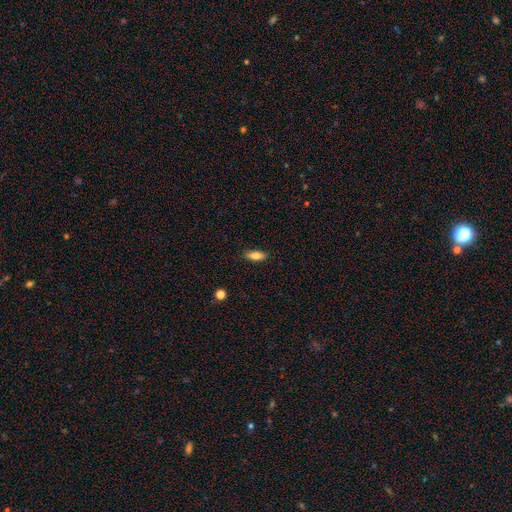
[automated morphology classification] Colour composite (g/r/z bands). It shows a smooth galaxy with no disk features (81%) that is in between round and cigar-shaped (71%). Merging: none (86%).